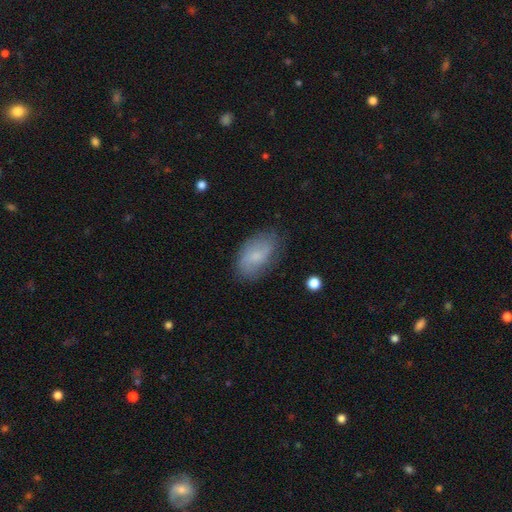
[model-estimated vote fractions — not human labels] The model was most divided on "smooth or featured": smooth: 62%, featured or disk: 30%, star or artifact: 8%. More confident: how rounded — in between (91%); merging — none (72%).